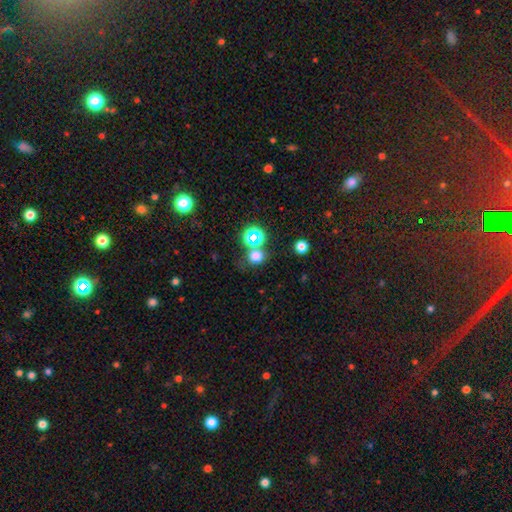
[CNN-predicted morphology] Smooth or featured? Predicted: smooth (p=0.67). How rounded? Predicted: round (p=0.78). Merging? Predicted: none (p=0.67).